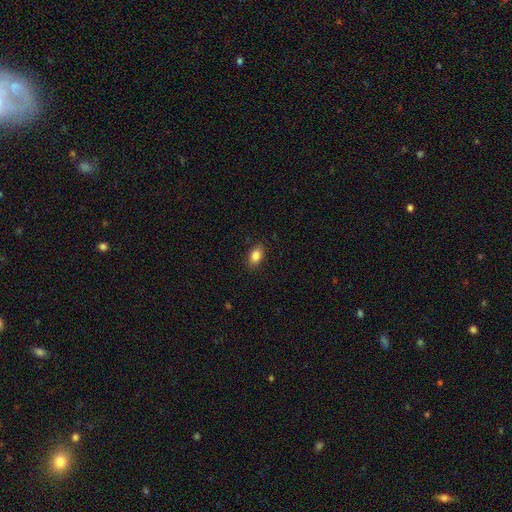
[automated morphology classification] A smooth galaxy with no disk features (85%) that is in between round and cigar-shaped (87%).

Vote fractions:
- Smooth or featured? smooth: 85% / star or artifact: 8% / featured or disk: 7%
- How rounded? in between: 87% / round: 9% / cigar-shaped: 3%
- Merging? none: 86% / minor disturbance: 11% / major disturbance: 2% / merger: 1%